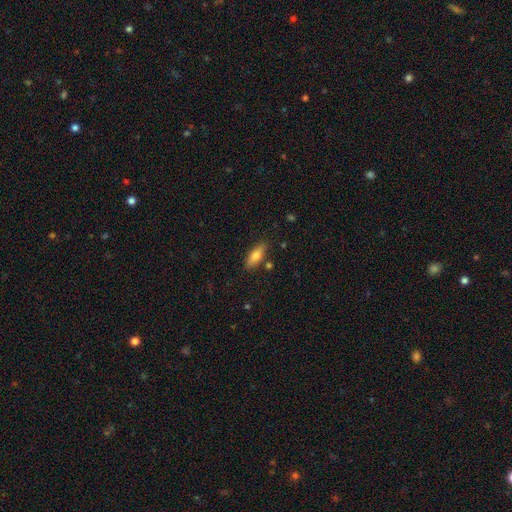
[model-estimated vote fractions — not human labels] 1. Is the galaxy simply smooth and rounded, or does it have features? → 74% smooth, 19% featured or disk, 7% star or artifact.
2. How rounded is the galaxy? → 70% in between, 28% cigar-shaped, 3% round.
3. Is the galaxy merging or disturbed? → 82% none, 12% minor disturbance, 4% merger, 2% major disturbance.